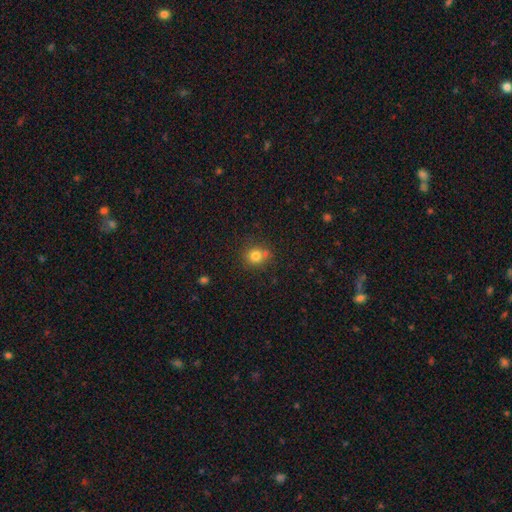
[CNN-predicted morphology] smooth_or_featured: smooth (p=0.80) [alt: star or artifact p=0.12]
how_rounded: round (p=0.85) [alt: in between p=0.14]
merging: none (p=0.68) [alt: merger p=0.16]